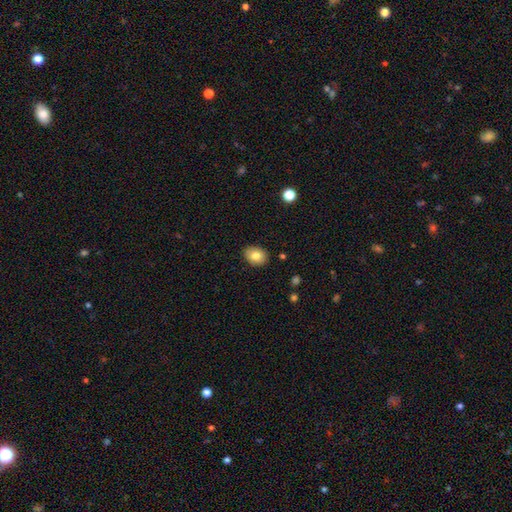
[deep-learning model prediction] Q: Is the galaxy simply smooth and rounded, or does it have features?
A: smooth — 81%.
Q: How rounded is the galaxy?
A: in between — 64%.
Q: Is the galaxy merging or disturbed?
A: none — 88%.